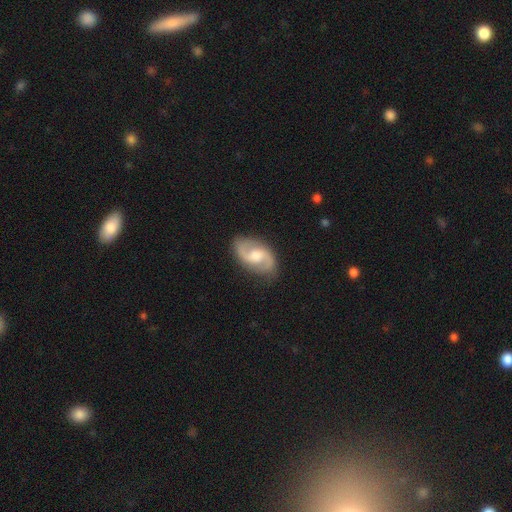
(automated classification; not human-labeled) The model was most divided on "bar": weak: 49%, no: 41%, strong: 10%. More confident: edge-on disk — no (97%); spiral arms — yes (96%); spiral arm count — 2 (93%); smooth or featured — featured or disk (85%); merging — none (84%); bulge size — moderate (60%); spiral winding — medium (52%).